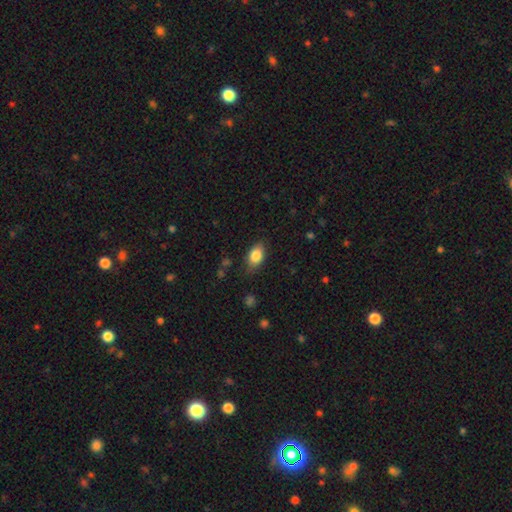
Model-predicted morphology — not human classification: Smooth or featured? Predicted: smooth (p=0.84). How rounded? Predicted: in between (p=0.84). Merging? Predicted: none (p=0.78).